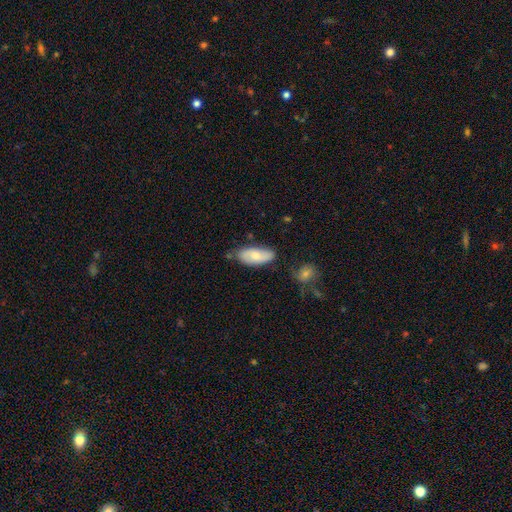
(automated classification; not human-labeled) The model was most divided on "smooth or featured": smooth: 64%, featured or disk: 31%, star or artifact: 6%. More confident: how rounded — in between (86%); merging — none (72%).